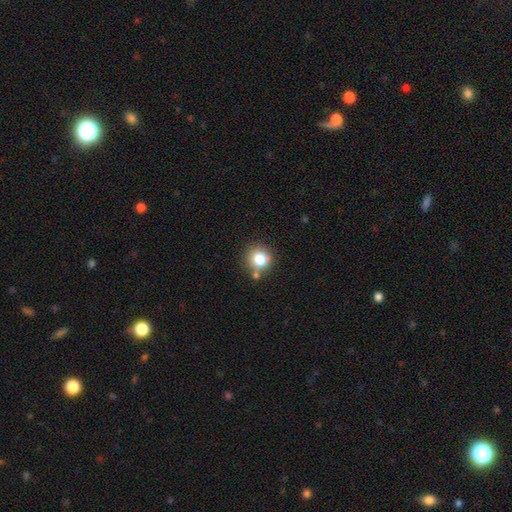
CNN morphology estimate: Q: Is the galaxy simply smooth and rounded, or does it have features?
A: smooth — 77%.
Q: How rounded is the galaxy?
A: round — 92%.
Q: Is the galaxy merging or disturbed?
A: none — 80%.